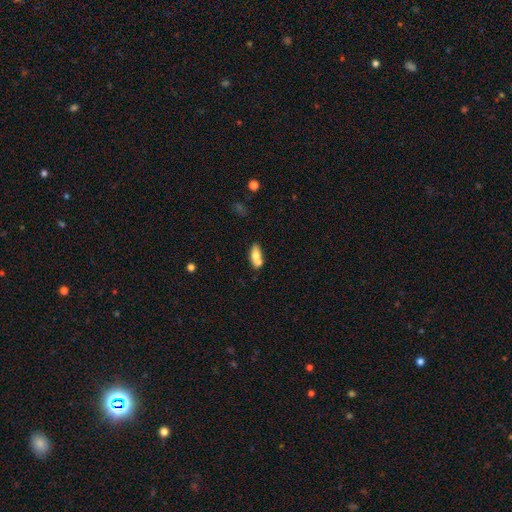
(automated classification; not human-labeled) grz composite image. It shows a smooth galaxy with no disk features (72%) that is in between round and cigar-shaped (79%). Merging: none (45%).